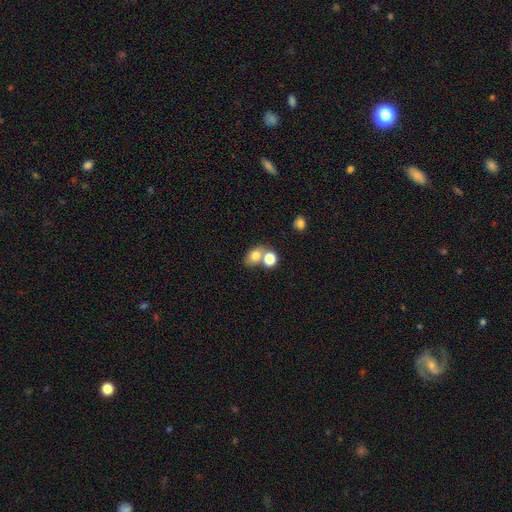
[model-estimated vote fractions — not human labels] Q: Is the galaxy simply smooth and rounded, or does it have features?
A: smooth — 76%.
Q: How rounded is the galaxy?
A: in between — 58%.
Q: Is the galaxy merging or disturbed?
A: none — 45%.